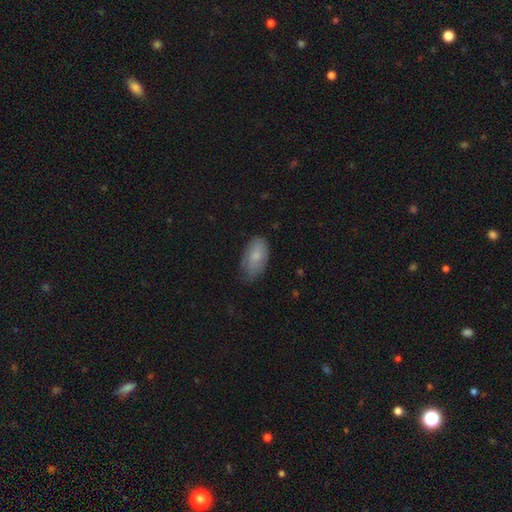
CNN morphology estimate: Smooth or featured?
  - smooth: 76% *
  - featured or disk: 17%
  - star or artifact: 6%
How rounded?
  - in between: 94% *
  - round: 4%
  - cigar-shaped: 3%
Merging?
  - none: 61% *
  - minor disturbance: 31%
  - major disturbance: 6%
  - merger: 1%